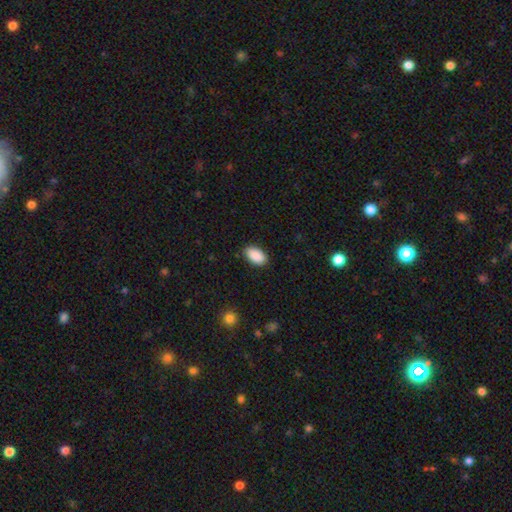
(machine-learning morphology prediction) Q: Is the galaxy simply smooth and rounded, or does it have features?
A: smooth — 90%.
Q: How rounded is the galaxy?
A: in between — 94%.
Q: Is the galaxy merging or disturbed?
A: none — 87%.